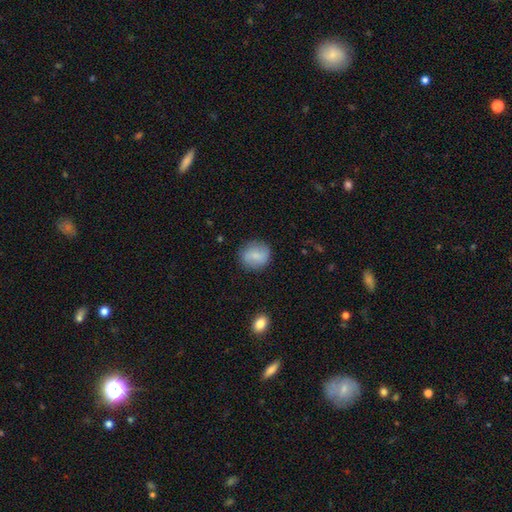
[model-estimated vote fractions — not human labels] A smooth galaxy with no disk features (78%) that is round (82%). Merging: none (84%).